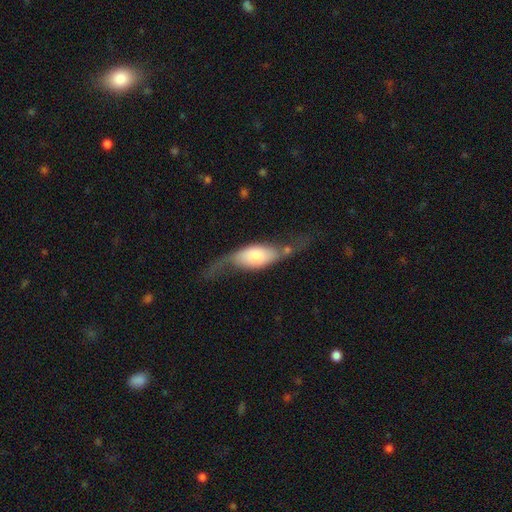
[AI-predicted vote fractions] featured or disk 55%, smooth 39%, star or artifact 6%. Down the decision tree: edge-on disk — no (68%); merging — none (40%).